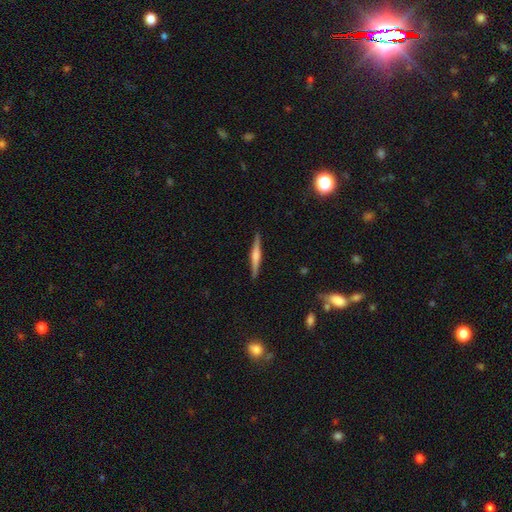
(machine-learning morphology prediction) This is likely a featured or disk galaxy (66%). It is clearly viewed edge-on (98%). Edge-on bulge: likely rounded (62%). Merging: clearly none (91%).